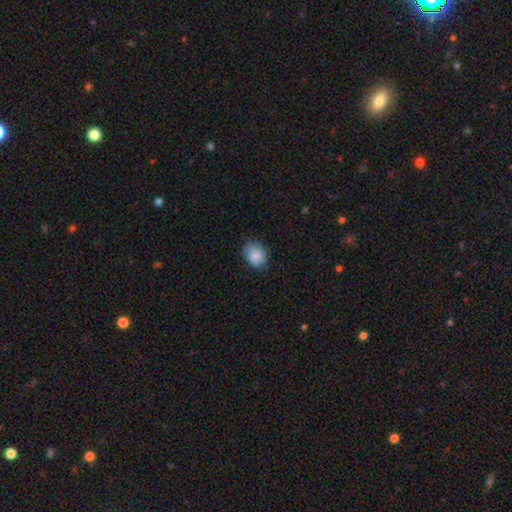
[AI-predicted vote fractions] This is clearly a smooth galaxy (87%). How rounded: possibly in between (55%). Merging: likely none (70%).